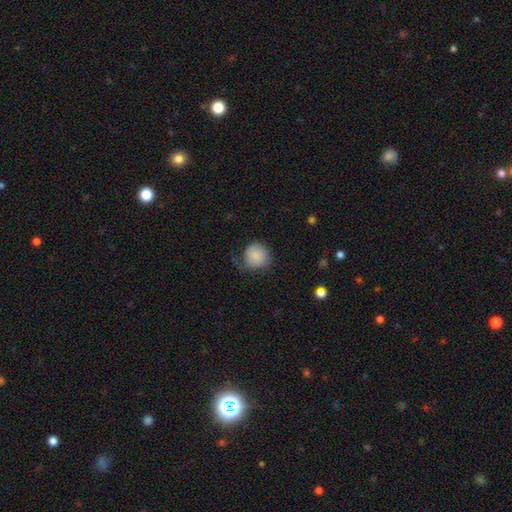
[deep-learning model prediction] This appears to be a smooth galaxy with no disk features (82%) that is round (86%). Merging: none (47%).